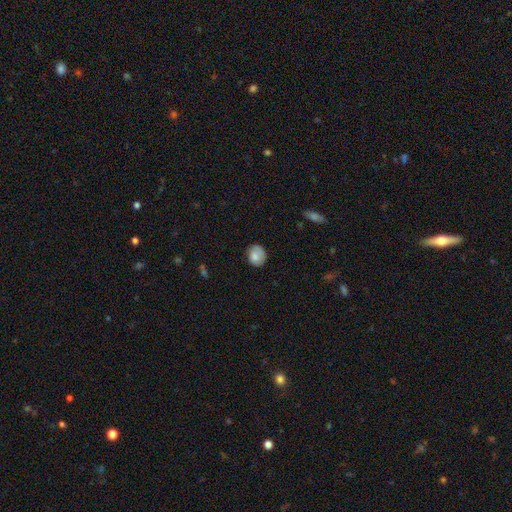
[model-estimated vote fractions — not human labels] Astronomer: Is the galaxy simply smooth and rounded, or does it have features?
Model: smooth — 78%.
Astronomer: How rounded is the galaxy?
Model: round — 64%.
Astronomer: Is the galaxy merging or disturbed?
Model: none — 71%.